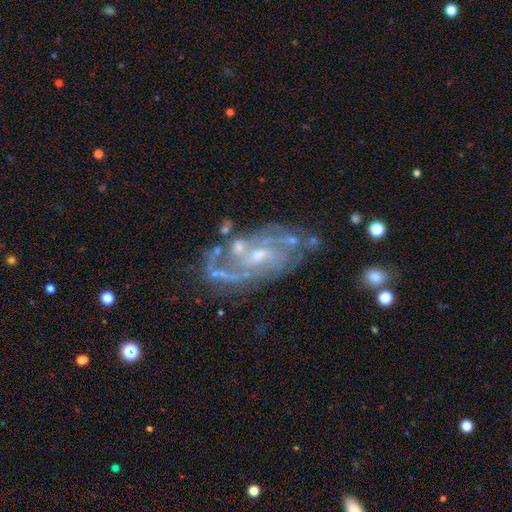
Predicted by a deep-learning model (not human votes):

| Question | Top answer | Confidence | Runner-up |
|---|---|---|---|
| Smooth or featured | featured or disk | 87% | star or artifact (7%) |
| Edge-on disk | no | 96% | yes (4%) |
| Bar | no | 46% | weak (43%) |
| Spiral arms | yes | 94% | no (6%) |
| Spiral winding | medium | 45% | tight (39%) |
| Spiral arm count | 2 | 38% | can't tell (26%) |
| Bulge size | small | 60% | moderate (33%) |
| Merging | none | 62% | minor disturbance (19%) |